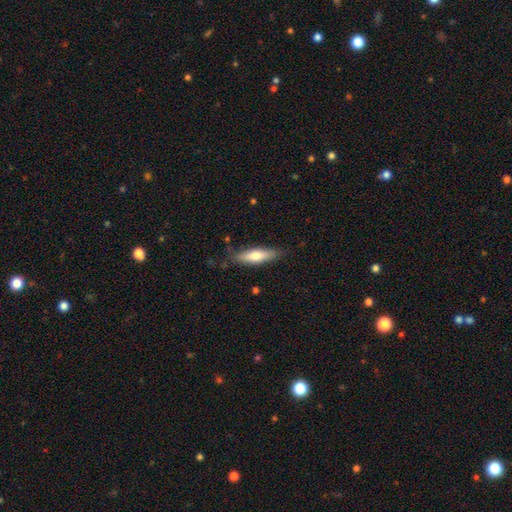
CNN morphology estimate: Smooth or featured: smooth — 69% (featured or disk — 26%)
How rounded: cigar-shaped — 58% (in between — 40%)
Merging: none — 81% (minor disturbance — 15%)